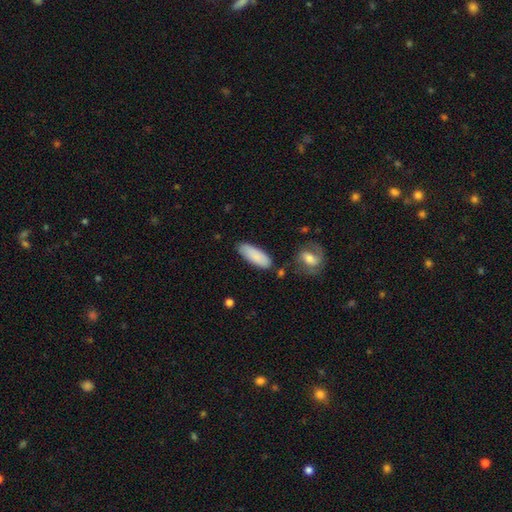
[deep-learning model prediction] This appears to be a smooth galaxy with no disk features (84%) that is in between round and cigar-shaped (71%). Merging: none (78%).